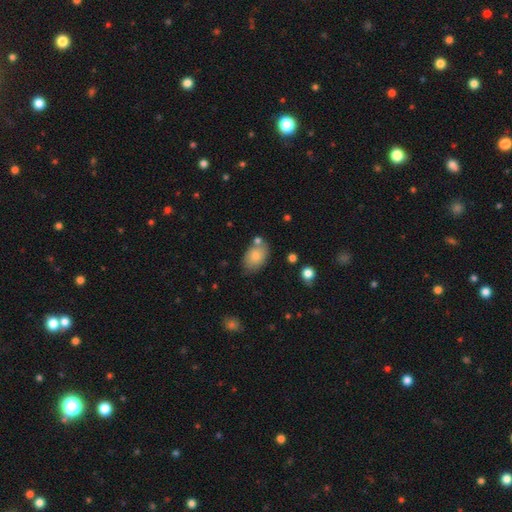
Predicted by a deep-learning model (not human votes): Smooth or featured: smooth — 81% (featured or disk — 11%)
How rounded: in between — 87% (round — 11%)
Merging: none — 69% (minor disturbance — 17%)